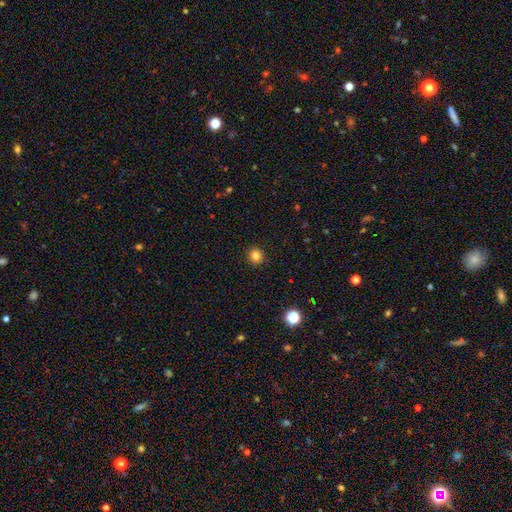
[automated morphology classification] smooth-or-featured: smooth: 82% | star or artifact: 12% | featured or disk: 6%
  how-rounded: round: 89% | in between: 10% | cigar-shaped: 1%
  merging: none: 92% | minor disturbance: 6% | major disturbance: 2% | merger: 1%